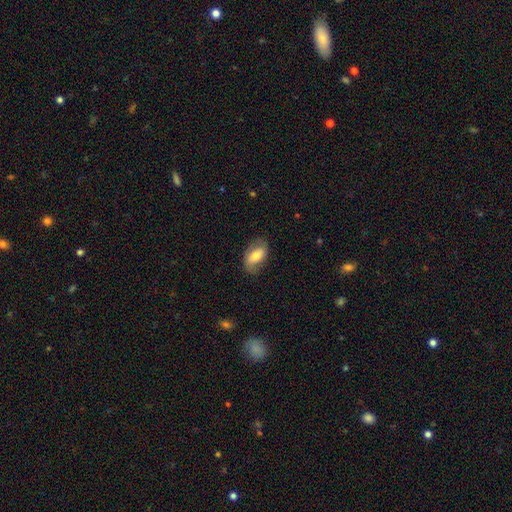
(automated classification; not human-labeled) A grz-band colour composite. It shows a smooth galaxy with no disk features (60%) that is in between round and cigar-shaped (91%). Merging: none (71%).